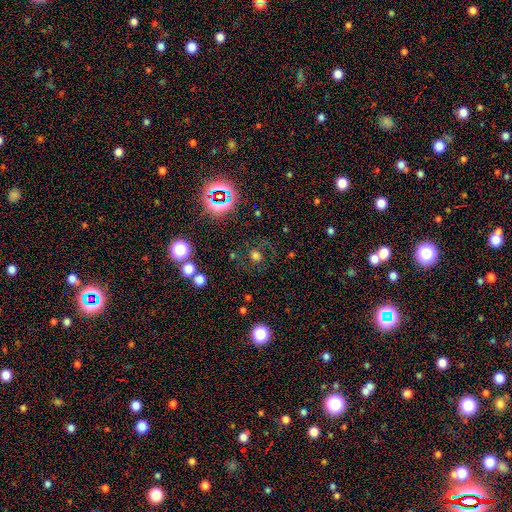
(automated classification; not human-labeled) Smooth or featured?
  - smooth: 50% *
  - star or artifact: 29%
  - featured or disk: 21%
Merging?
  - none: 69% *
  - minor disturbance: 14%
  - major disturbance: 14%
  - merger: 3%